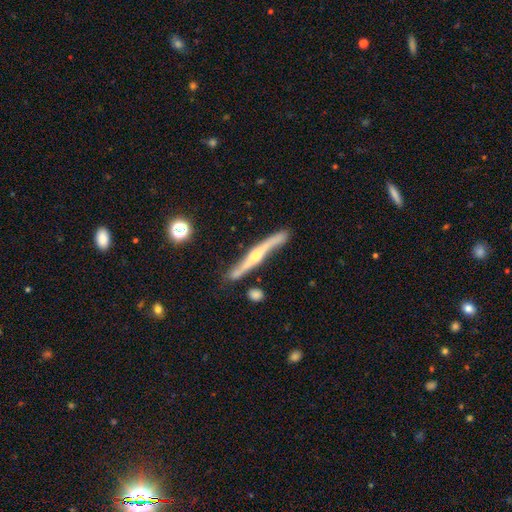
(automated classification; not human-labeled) featured or disk 77%, smooth 17%, star or artifact 5%. Down the decision tree: edge-on disk — yes (89%); edge-on bulge — rounded (88%); merging — none (70%).